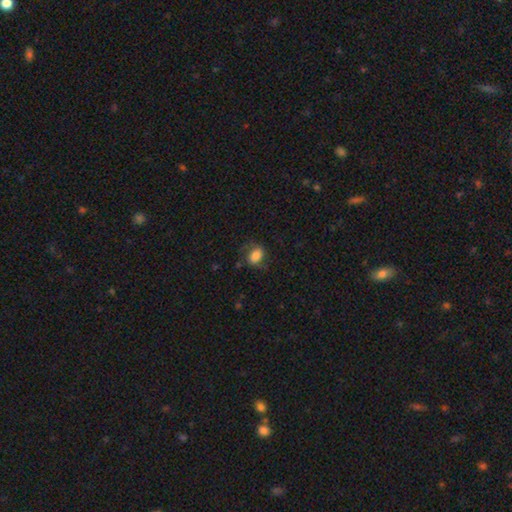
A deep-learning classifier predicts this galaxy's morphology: Q: Smooth or featured?
A: smooth (73%); runner-up: featured or disk (18%)
Q: How rounded?
A: in between (71%); runner-up: round (28%)
Q: Merging?
A: none (62%); runner-up: minor disturbance (24%)